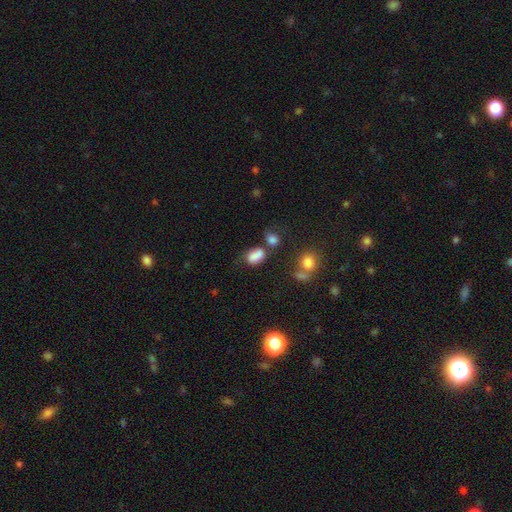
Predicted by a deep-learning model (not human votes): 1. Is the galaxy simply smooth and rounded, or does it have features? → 81% smooth, 11% star or artifact, 8% featured or disk.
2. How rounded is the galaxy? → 84% in between, 14% round, 2% cigar-shaped.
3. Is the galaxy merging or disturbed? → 44% none, 23% minor disturbance, 23% merger, 11% major disturbance.